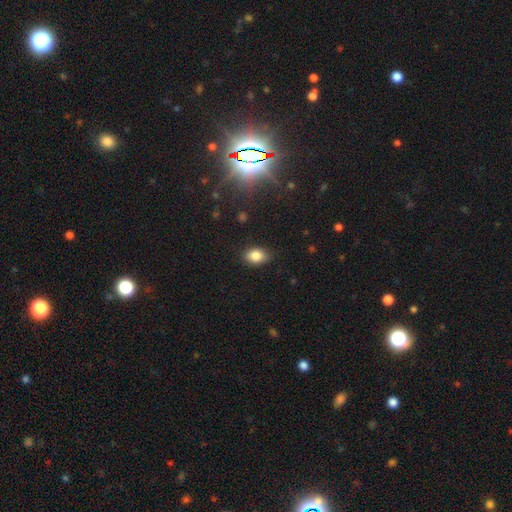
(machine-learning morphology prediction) Smooth or featured?
  - smooth: 84% *
  - star or artifact: 9%
  - featured or disk: 7%
How rounded?
  - in between: 81% *
  - round: 17%
  - cigar-shaped: 1%
Merging?
  - none: 82% *
  - minor disturbance: 14%
  - major disturbance: 3%
  - merger: 1%